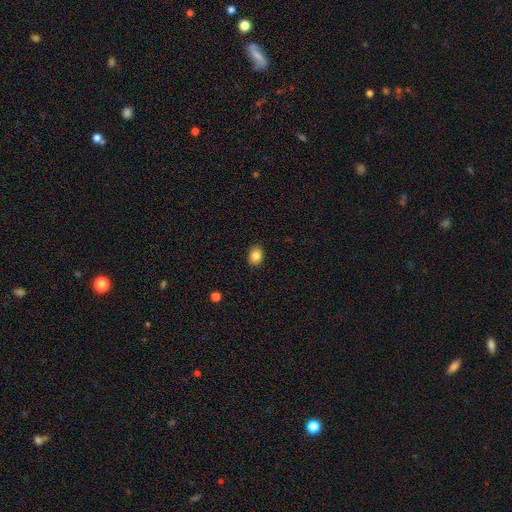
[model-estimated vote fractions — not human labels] Overall: smooth (86%). How rounded: in between (55%; round 44%). Merging: none (88%).